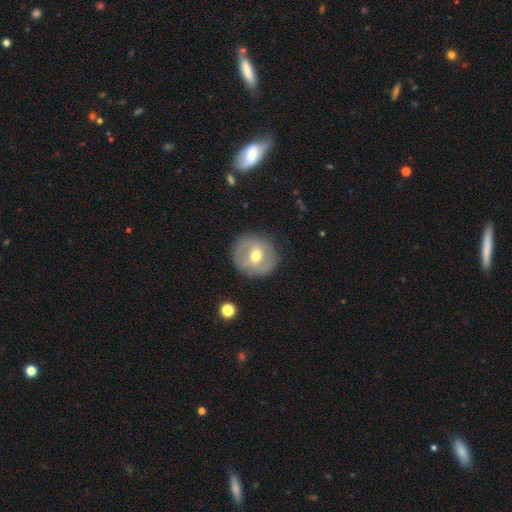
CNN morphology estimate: A smooth galaxy with no disk features (48%).

Vote fractions:
- Smooth or featured? smooth: 48% / featured or disk: 44% / star or artifact: 8%
- Merging? none: 85% / minor disturbance: 10% / major disturbance: 3% / merger: 1%